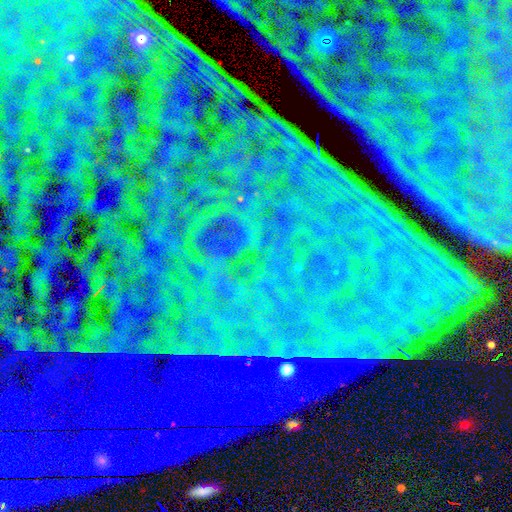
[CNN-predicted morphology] A star or artifact, not a galaxy (88%).

Vote fractions:
- Smooth or featured? star or artifact: 88% / featured or disk: 7% / smooth: 5%